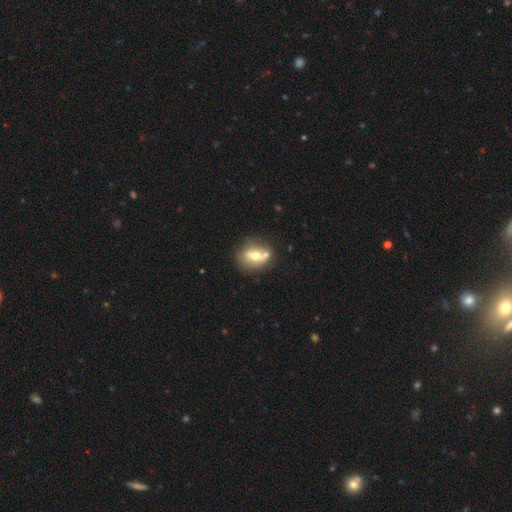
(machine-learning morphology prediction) type=smooth (51%); roundness=in between (53%); merging=none (60%).